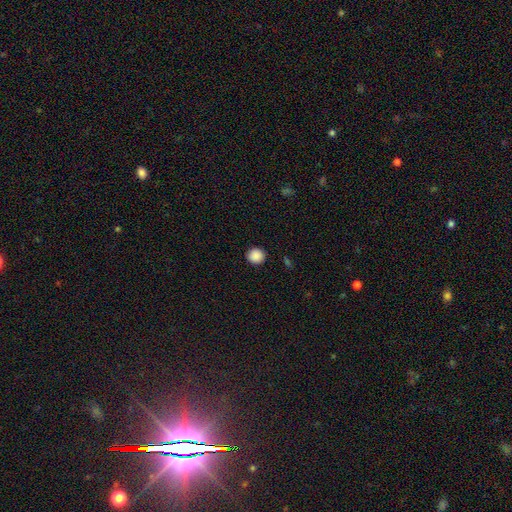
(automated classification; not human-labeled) Morphology: type=smooth (89%); roundness=round (89%); merging=none (91%).